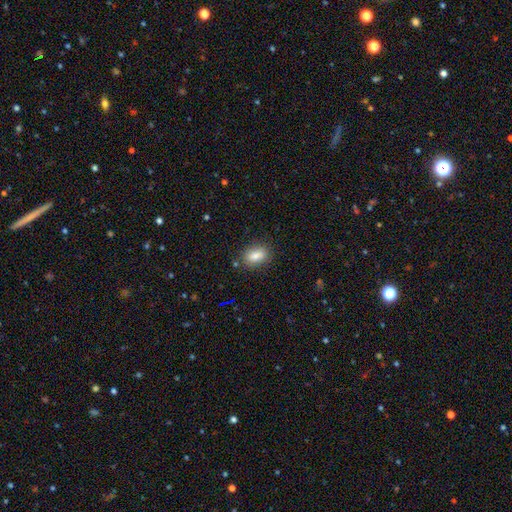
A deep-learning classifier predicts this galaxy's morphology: This is clearly a smooth galaxy (83%). How rounded: clearly in between (86%). Merging: clearly none (83%).